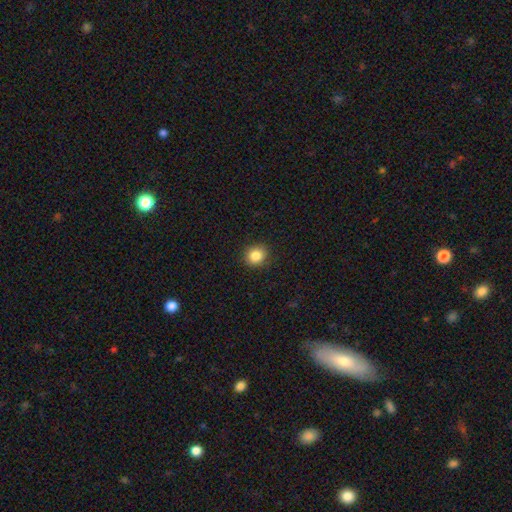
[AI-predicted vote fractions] Morphology: type=smooth (85%); roundness=round (81%); merging=none (90%).